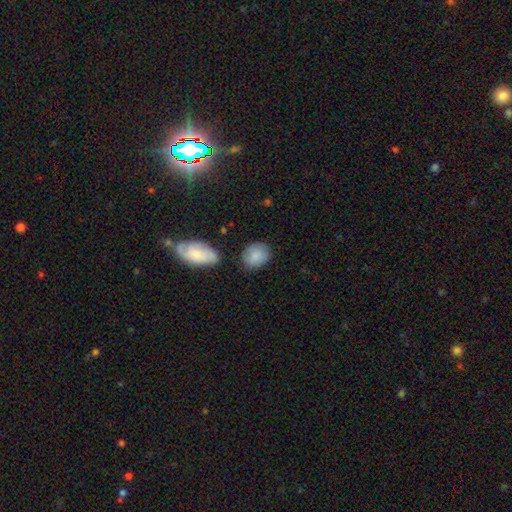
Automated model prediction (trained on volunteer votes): Morphology: type=smooth (85%); roundness=round (52%); merging=none (75%).